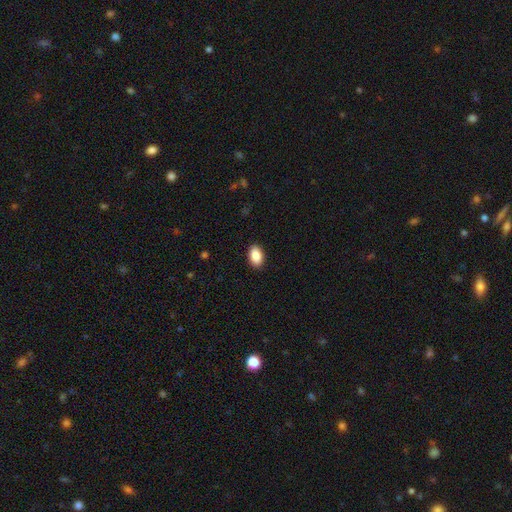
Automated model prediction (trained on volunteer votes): smooth 89%, star or artifact 7%, featured or disk 4%. Down the decision tree: how rounded — in between (91%); merging — none (90%).